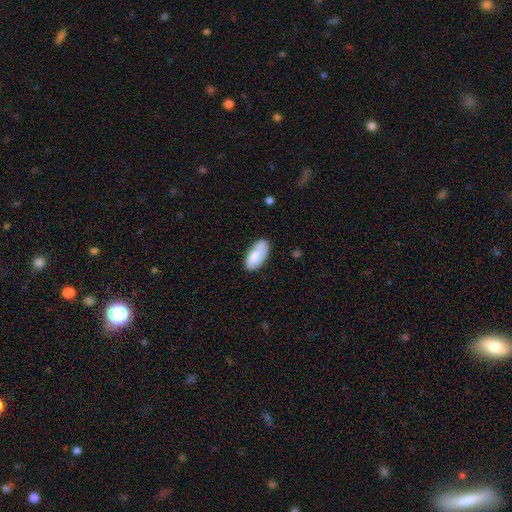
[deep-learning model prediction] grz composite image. It shows a smooth galaxy with no disk features (81%) that is in between round and cigar-shaped (92%). Merging: none (64%).